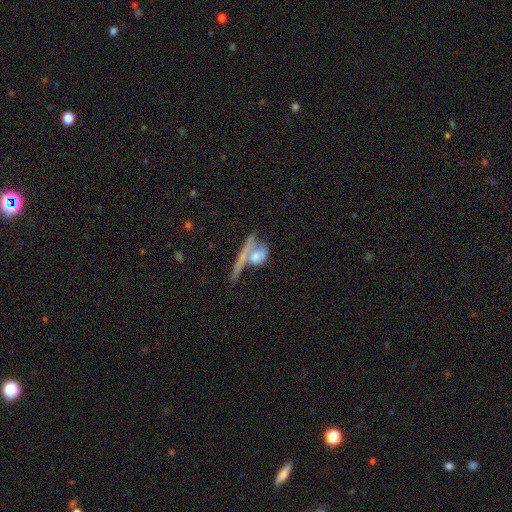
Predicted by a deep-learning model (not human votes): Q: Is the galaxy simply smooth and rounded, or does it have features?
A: smooth — 55%.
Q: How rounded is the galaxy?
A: in between — 42%.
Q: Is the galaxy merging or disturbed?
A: merger — 46%.